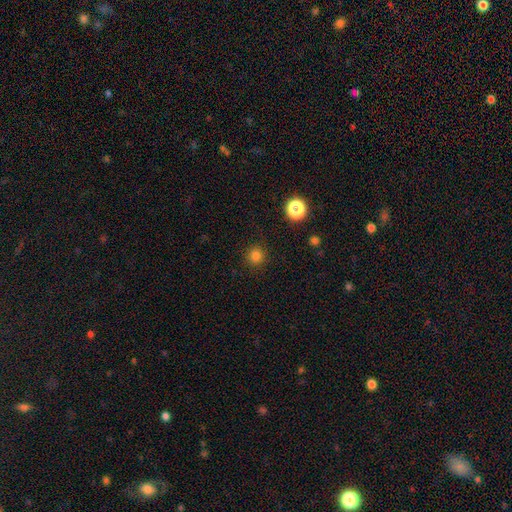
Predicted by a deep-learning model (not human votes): Smooth or featured? smooth (81%)
How rounded? round (93%)
Merging? none (91%)